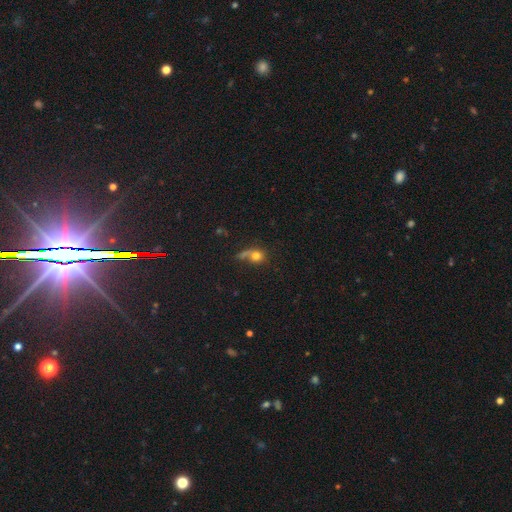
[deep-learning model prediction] A smooth galaxy with no disk features (72%) that is round (74%).

Vote fractions:
- Smooth or featured? smooth: 72% / featured or disk: 15% / star or artifact: 14%
- How rounded? round: 74% / in between: 24% / cigar-shaped: 3%
- Merging? none: 39% / merger: 23% / major disturbance: 20% / minor disturbance: 18%